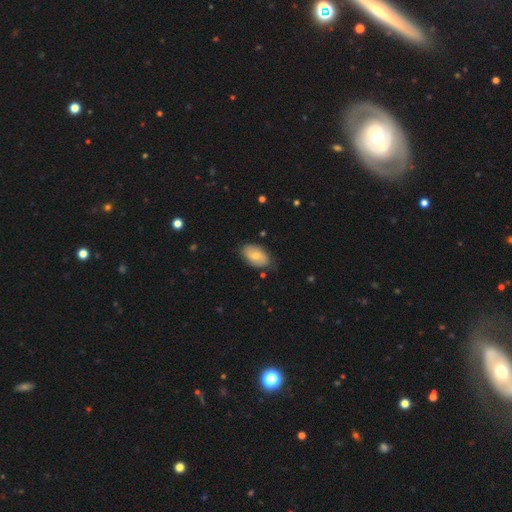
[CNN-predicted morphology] This appears to be a smooth galaxy with no disk features (60%) that is in between round and cigar-shaped (92%). Merging: none (79%).